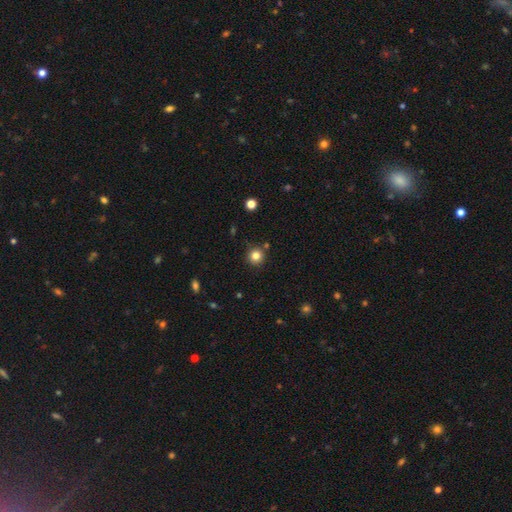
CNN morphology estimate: Overall: smooth (81%). How rounded: round (94%). Merging: none (85%).